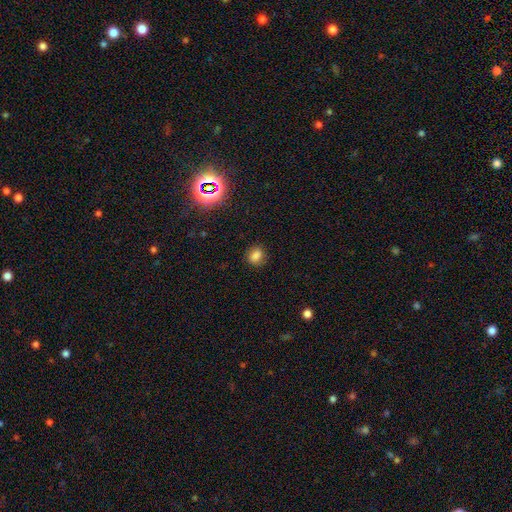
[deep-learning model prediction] A smooth galaxy with no disk features (80%) that is round (52%).

Vote fractions:
- Smooth or featured? smooth: 80% / star or artifact: 14% / featured or disk: 6%
- How rounded? round: 52% / in between: 47% / cigar-shaped: 2%
- Merging? none: 82% / minor disturbance: 13% / major disturbance: 4% / merger: 1%